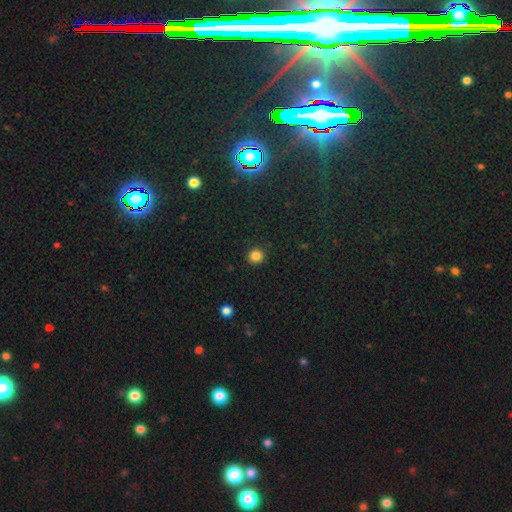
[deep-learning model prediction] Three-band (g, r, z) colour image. It shows a smooth galaxy with no disk features (84%) that is round (93%). Merging: none (91%).